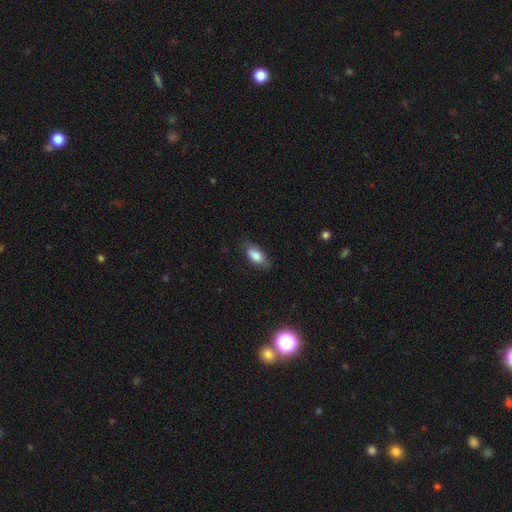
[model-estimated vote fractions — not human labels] Smooth or featured: smooth — 83% (featured or disk — 10%)
How rounded: in between — 90% (cigar-shaped — 6%)
Merging: none — 74% (minor disturbance — 20%)